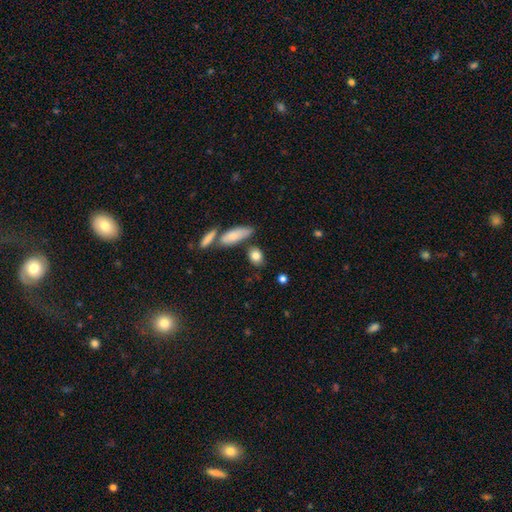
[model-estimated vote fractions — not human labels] smooth-or-featured: smooth: 82% | featured or disk: 11% | star or artifact: 8%
  how-rounded: in between: 59% | round: 33% | cigar-shaped: 8%
  merging: none: 69% | minor disturbance: 14% | merger: 12% | major disturbance: 4%